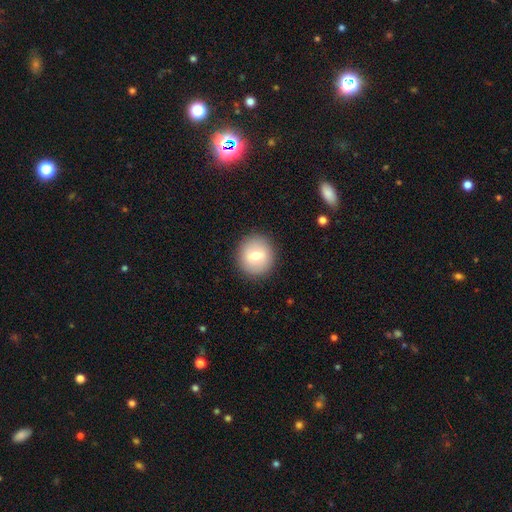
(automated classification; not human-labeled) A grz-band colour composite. It shows a smooth galaxy with no disk features (73%) that is round (91%). Merging: none (90%).